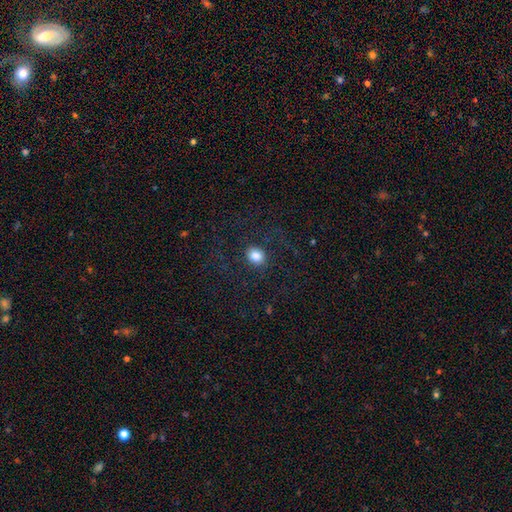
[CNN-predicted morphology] smooth_or_featured: smooth (p=0.82) [alt: star or artifact p=0.10]
how_rounded: round (p=0.58) [alt: in between p=0.41]
merging: none (p=0.84) [alt: minor disturbance p=0.09]